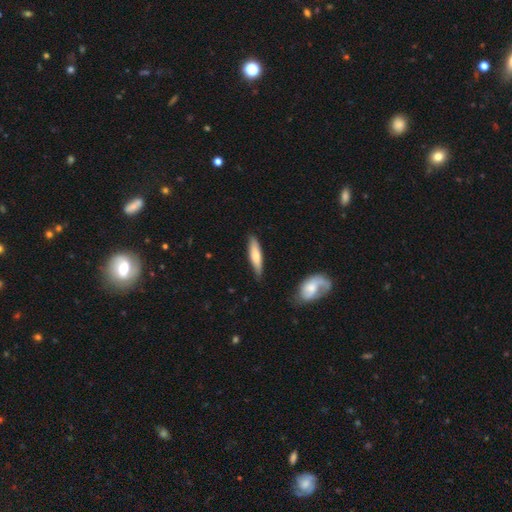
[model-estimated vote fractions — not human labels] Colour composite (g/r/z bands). It shows a smooth galaxy with no disk features (66%) that is cigar-shaped (77%). Merging: none (80%).